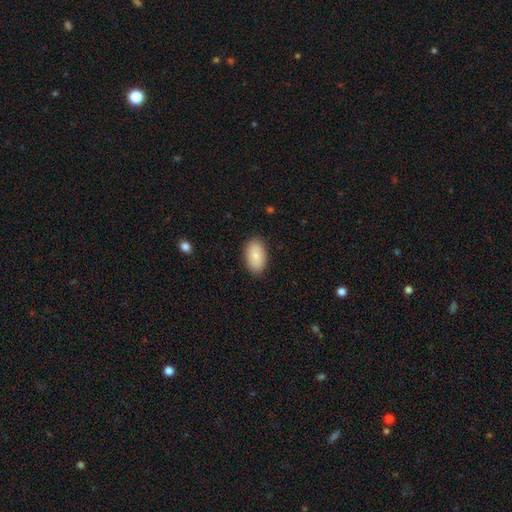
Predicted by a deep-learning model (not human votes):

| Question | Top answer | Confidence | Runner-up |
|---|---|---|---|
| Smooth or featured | smooth | 83% | featured or disk (11%) |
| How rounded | in between | 93% | round (6%) |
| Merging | none | 87% | minor disturbance (10%) |